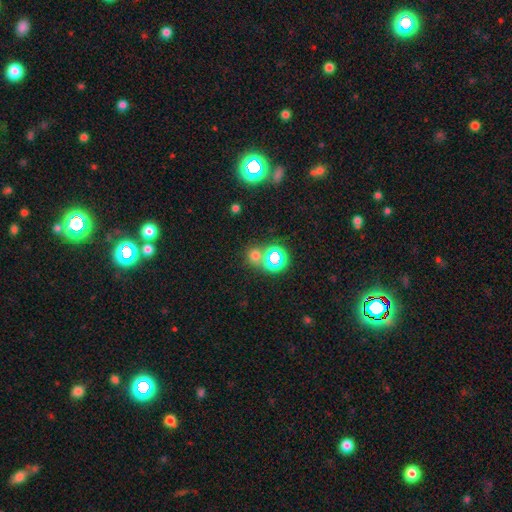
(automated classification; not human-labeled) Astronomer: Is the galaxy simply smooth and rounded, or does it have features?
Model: smooth — 57% (runner-up: star or artifact, 36%).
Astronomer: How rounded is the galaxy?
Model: round — 86%.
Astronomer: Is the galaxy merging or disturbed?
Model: none — 68%.